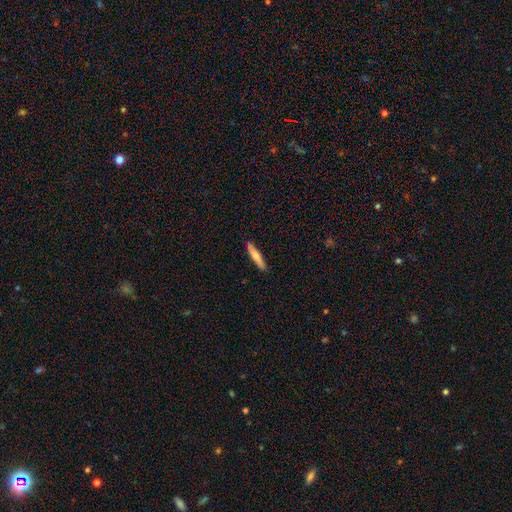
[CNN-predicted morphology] Smooth or featured? smooth (60%)
How rounded? cigar-shaped (92%)
Merging? none (90%)